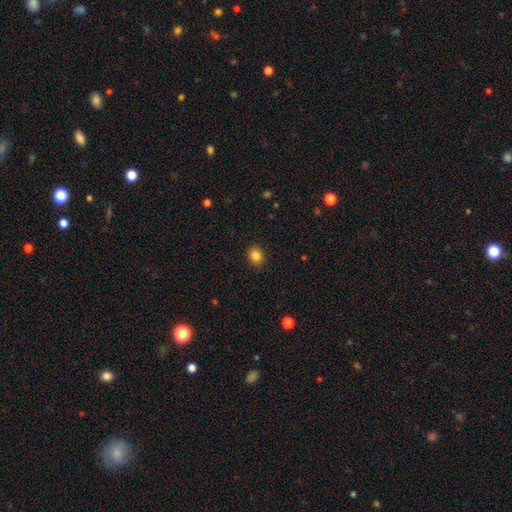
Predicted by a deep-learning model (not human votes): Q: Smooth or featured?
A: smooth (84%); runner-up: star or artifact (11%)
Q: How rounded?
A: round (64%); runner-up: in between (36%)
Q: Merging?
A: none (89%); runner-up: minor disturbance (8%)